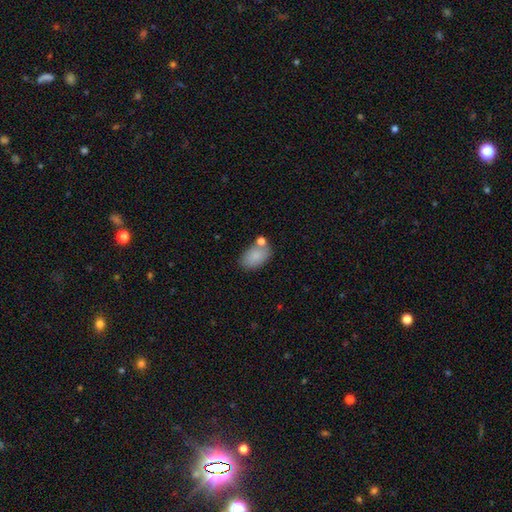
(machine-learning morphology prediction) This appears to be a smooth galaxy with no disk features (84%) that is in between round and cigar-shaped (91%). Merging: none (65%).